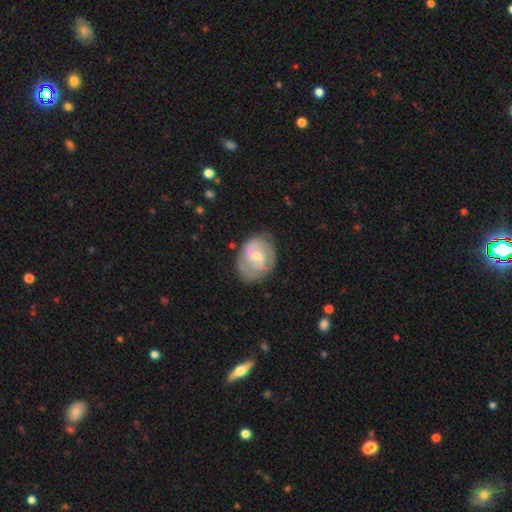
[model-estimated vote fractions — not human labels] smooth-or-featured: featured or disk: 68% | smooth: 26% | star or artifact: 6%
  disk-edge-on: no: 97% | yes: 3%
    bar: weak: 50% | no: 32% | strong: 18%
    has-spiral-arms: yes: 72% | no: 28%
    bulge-size: small: 50% | moderate: 45% | large: 2% | none: 1% | dominant: 1%
  merging: none: 63% | minor disturbance: 24% | major disturbance: 11% | merger: 2%